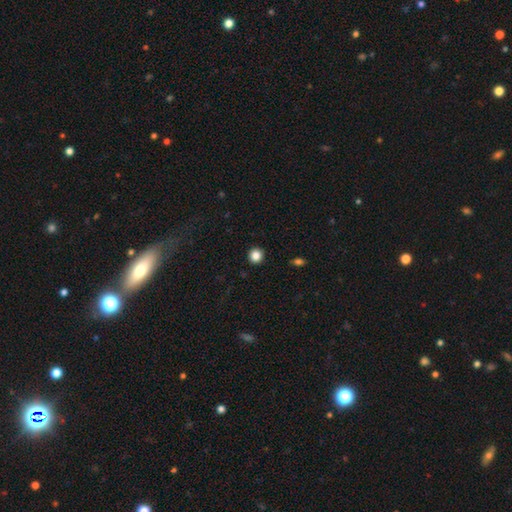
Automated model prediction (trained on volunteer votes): A smooth galaxy with no disk features (85%) that is round (94%).

Vote fractions:
- Smooth or featured? smooth: 85% / star or artifact: 11% / featured or disk: 4%
- How rounded? round: 94% / in between: 5% / cigar-shaped: 1%
- Merging? none: 93% / minor disturbance: 4% / major disturbance: 2% / merger: 1%